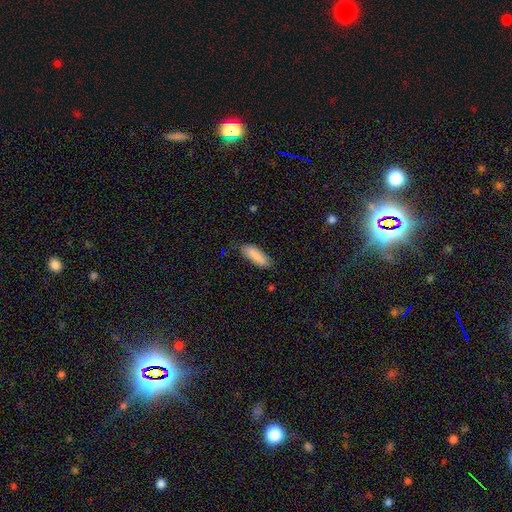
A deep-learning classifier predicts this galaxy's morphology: The model was most divided on "how rounded": in between: 64%, cigar-shaped: 34%, round: 2%. More confident: smooth or featured — smooth (87%); merging — none (73%).